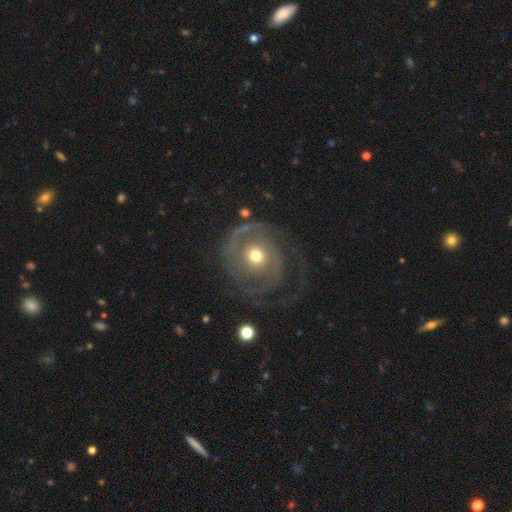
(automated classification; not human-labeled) A featured or disk galaxy (81%) with no bar (79%), 2 (57%) tight (46%) spiral arms (89%) and a moderate central bulge (69%).

Vote fractions:
- Smooth or featured? featured or disk: 81% / smooth: 13% / star or artifact: 6%
- Edge-on disk? no: 97% / yes: 3%
- Bar? no: 79% / weak: 16% / strong: 5%
- Spiral arms? yes: 89% / no: 11%
- Spiral winding? tight: 46% / medium: 37% / loose: 18%
- Spiral arm count? 2: 57% / can't tell: 16% / 1: 10% / 3: 9% / 4: 4% / more than 4: 4%
- Bulge size? moderate: 69% / small: 21% / large: 7% / dominant: 1% / none: 1%
- Merging? none: 62% / major disturbance: 20% / minor disturbance: 16% / merger: 3%